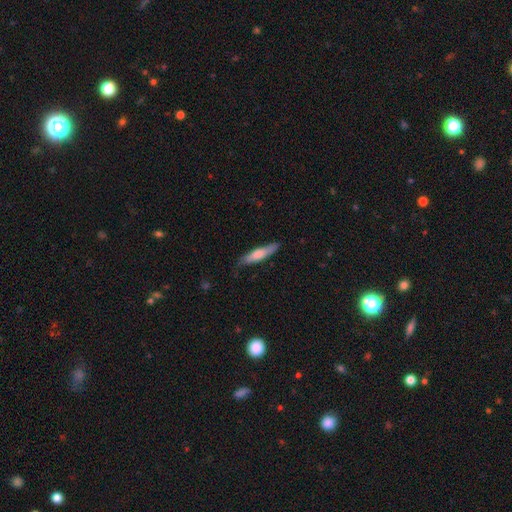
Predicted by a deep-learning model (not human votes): A smooth galaxy with no disk features (57%) that is cigar-shaped (85%). Merging: none (83%).